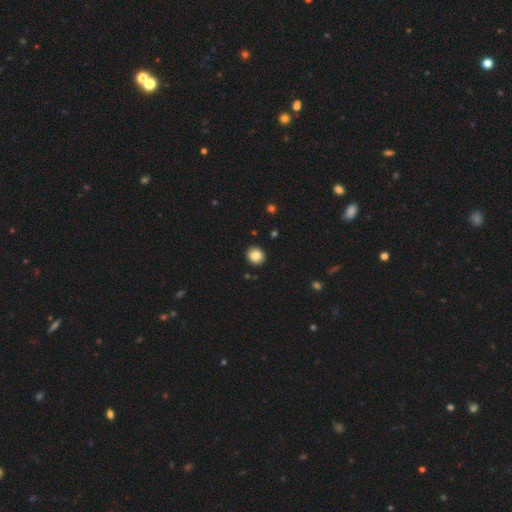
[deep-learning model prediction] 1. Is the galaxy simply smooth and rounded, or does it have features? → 84% smooth, 9% star or artifact, 7% featured or disk.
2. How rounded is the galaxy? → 84% round, 15% in between, 1% cigar-shaped.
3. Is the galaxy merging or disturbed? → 92% none, 5% minor disturbance, 1% major disturbance, 1% merger.